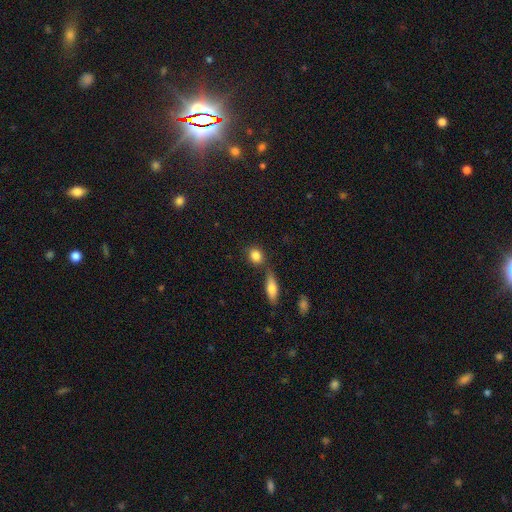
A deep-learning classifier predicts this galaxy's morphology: smooth-or-featured: smooth: 84% | star or artifact: 9% | featured or disk: 7%
  how-rounded: round: 63% | in between: 34% | cigar-shaped: 4%
  merging: none: 68% | merger: 17% | minor disturbance: 12% | major disturbance: 4%